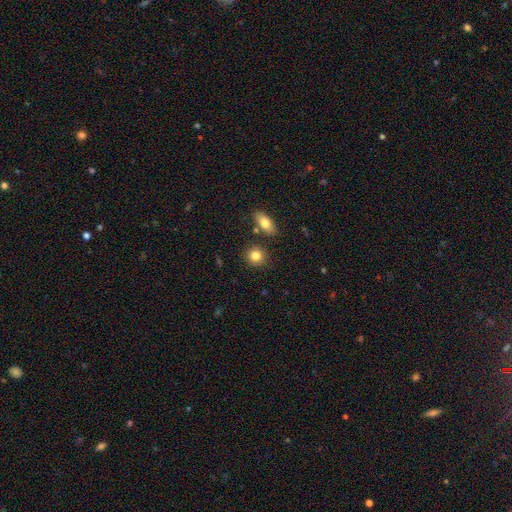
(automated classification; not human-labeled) smooth_or_featured: smooth (p=0.83) [alt: star or artifact p=0.09]
how_rounded: round (p=0.81) [alt: in between p=0.17]
merging: none (p=0.82) [alt: minor disturbance p=0.09]